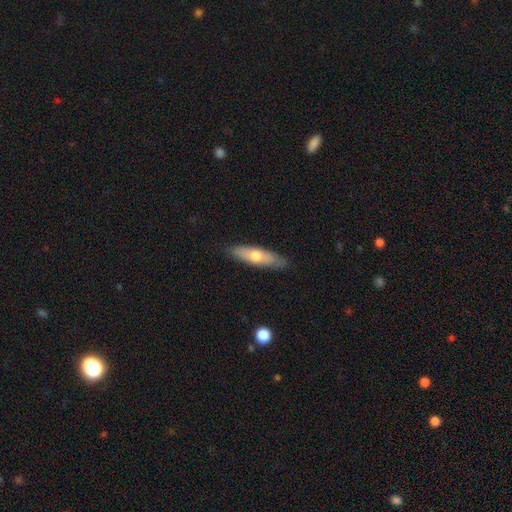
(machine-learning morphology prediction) type=smooth (58%); roundness=cigar-shaped (64%); merging=none (86%).